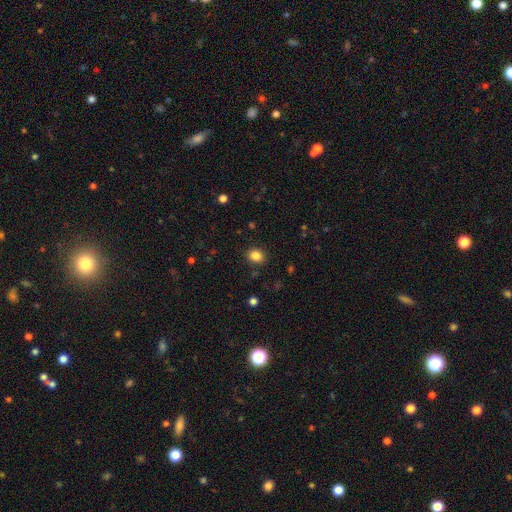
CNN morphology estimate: Smooth or featured?
  - smooth: 85% *
  - star or artifact: 11%
  - featured or disk: 4%
How rounded?
  - round: 56% *
  - in between: 43%
  - cigar-shaped: 1%
Merging?
  - none: 88% *
  - minor disturbance: 8%
  - major disturbance: 3%
  - merger: 1%